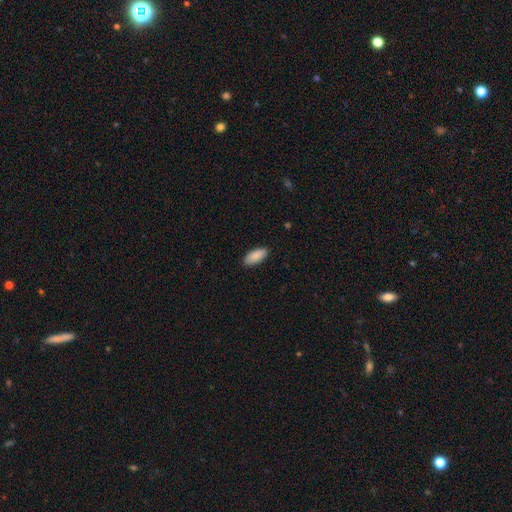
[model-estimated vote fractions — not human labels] smooth-or-featured: smooth: 89% | star or artifact: 6% | featured or disk: 5%
  how-rounded: in between: 85% | cigar-shaped: 13% | round: 2%
  merging: none: 89% | minor disturbance: 8% | major disturbance: 2% | merger: 1%